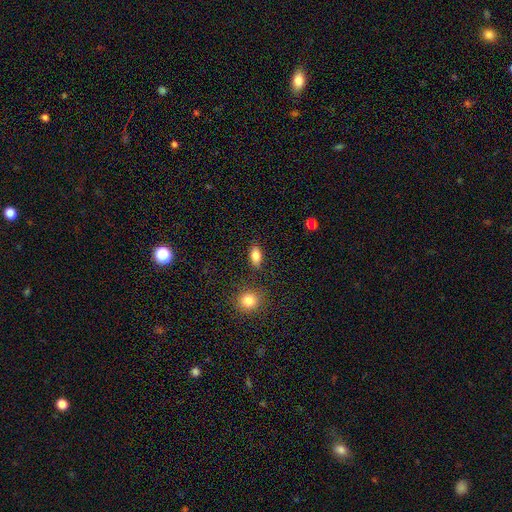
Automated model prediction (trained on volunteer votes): Morphology: type=smooth (82%); roundness=in between (85%); merging=none (85%).